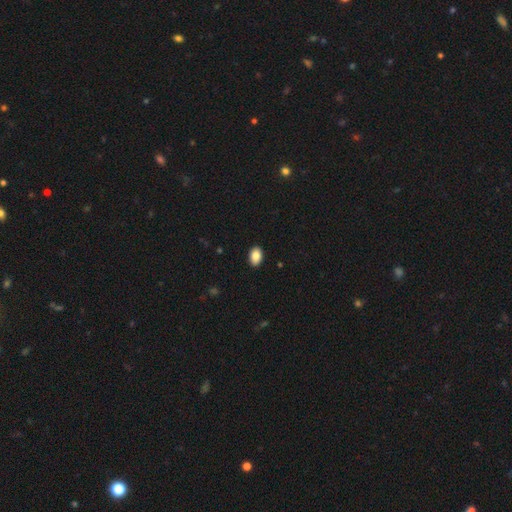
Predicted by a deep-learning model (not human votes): Smooth or featured? smooth (86%)
How rounded? in between (87%)
Merging? none (90%)